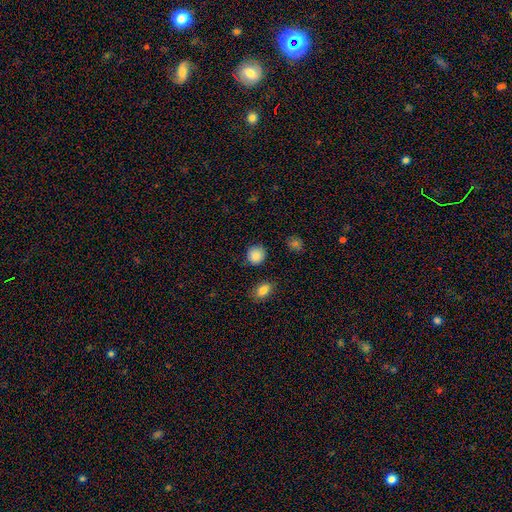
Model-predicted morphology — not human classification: This appears to be a smooth galaxy with no disk features (87%) that is round (89%). Merging: none (86%).